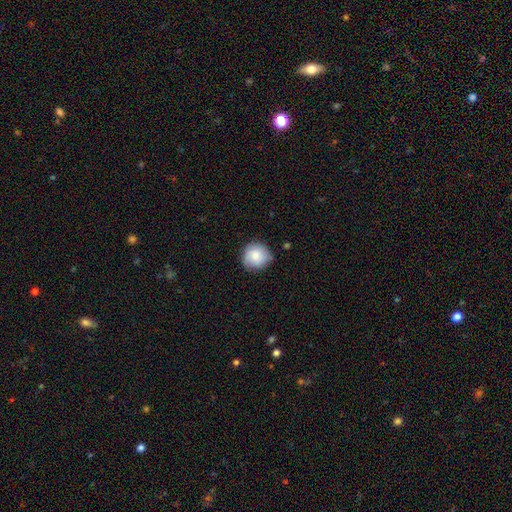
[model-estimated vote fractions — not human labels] Smooth or featured? Predicted: smooth (p=0.81). How rounded? Predicted: round (p=0.92). Merging? Predicted: none (p=0.76).